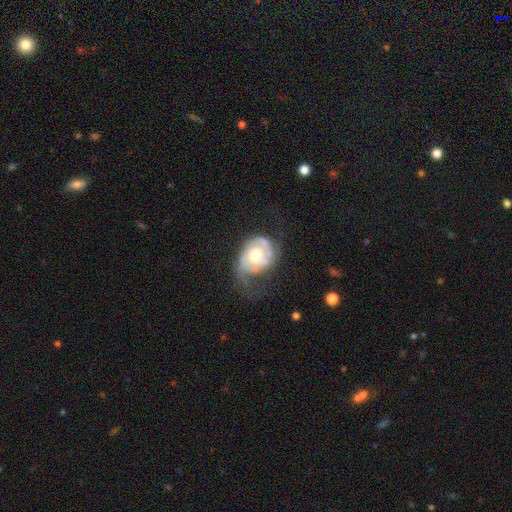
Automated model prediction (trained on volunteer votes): Smooth or featured? featured or disk (67%)
Edge-on disk? no (97%)
Bar? no (78%)
Spiral arms? yes (74%)
Bulge size? moderate (64%)
Merging? major disturbance (37%)